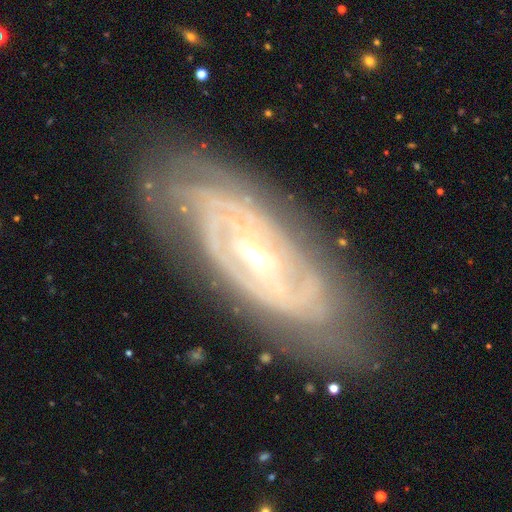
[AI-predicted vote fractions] This appears to be a featured or disk galaxy (87%) with no bar (47%), tight (77%) spiral arms (95%) and a small central bulge (66%). Merging: none (78%).